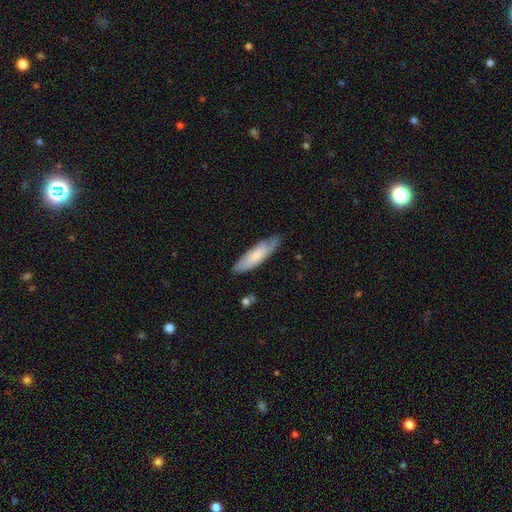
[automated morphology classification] smooth 68%, featured or disk 26%, star or artifact 6%. Down the decision tree: how rounded — cigar-shaped (55%); merging — none (71%).